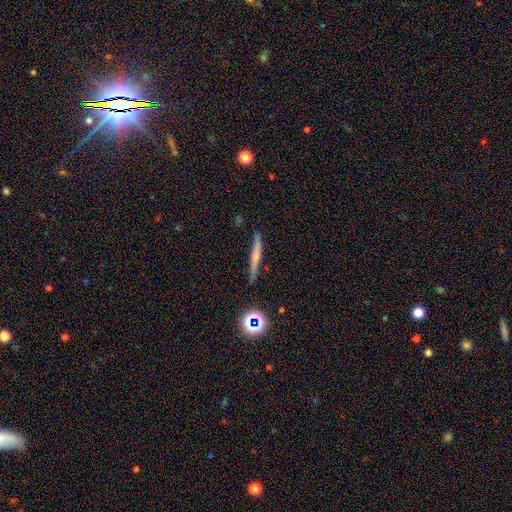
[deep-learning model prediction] Smooth or featured? Predicted: smooth (p=0.48). Merging? Predicted: none (p=0.86).